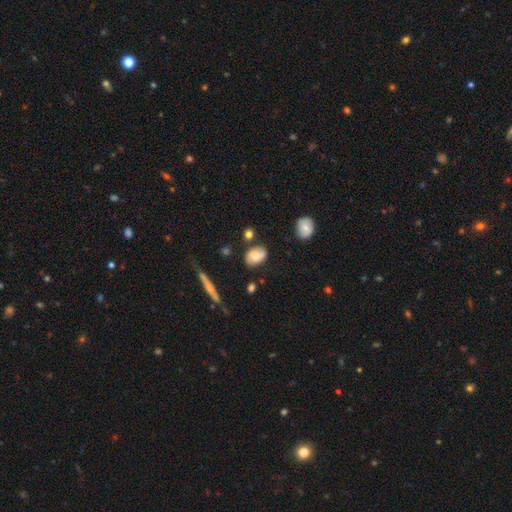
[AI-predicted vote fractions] Smooth or featured: smooth — 61% (featured or disk — 31%)
How rounded: in between — 80% (round — 18%)
Merging: none — 69% (minor disturbance — 20%)